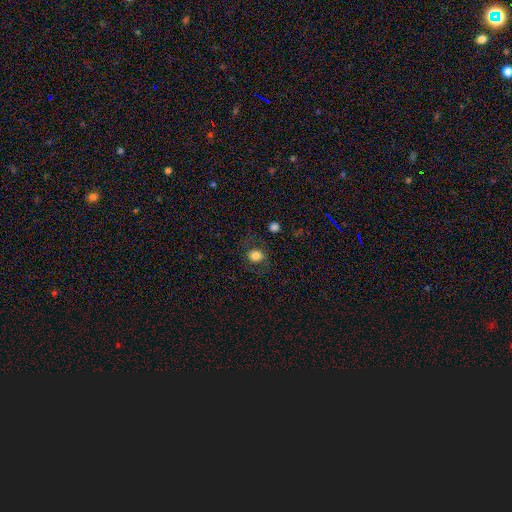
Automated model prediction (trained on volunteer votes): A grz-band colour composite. It shows a smooth galaxy with no disk features (78%) that is round (68%). Merging: none (77%).